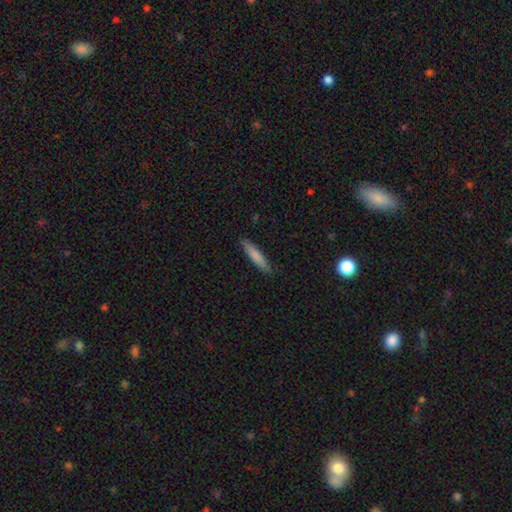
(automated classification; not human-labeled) Overall: smooth (79%). How rounded: cigar-shaped (87%). Merging: none (87%).